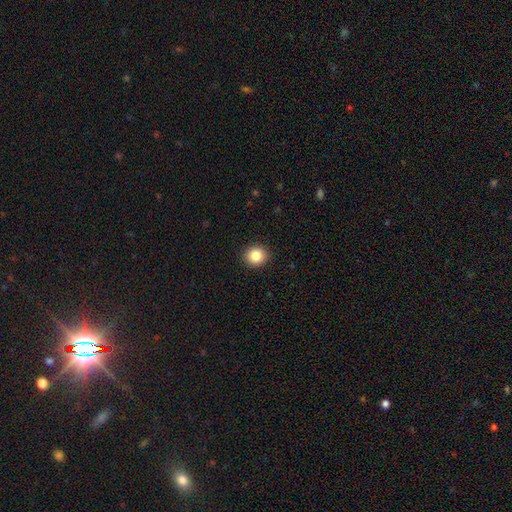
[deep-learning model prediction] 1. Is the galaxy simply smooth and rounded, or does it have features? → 86% smooth, 9% star or artifact, 5% featured or disk.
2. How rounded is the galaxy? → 89% round, 10% in between, 1% cigar-shaped.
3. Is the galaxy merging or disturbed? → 92% none, 5% minor disturbance, 2% major disturbance, 1% merger.